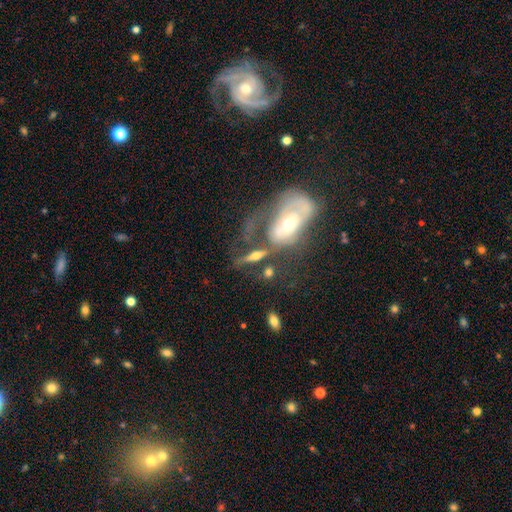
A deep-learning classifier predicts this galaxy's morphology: Overall: featured or disk (52%; smooth 38%). Edge-on disk: yes (62%; no 38%). Merging: none (37%; merger 32%).